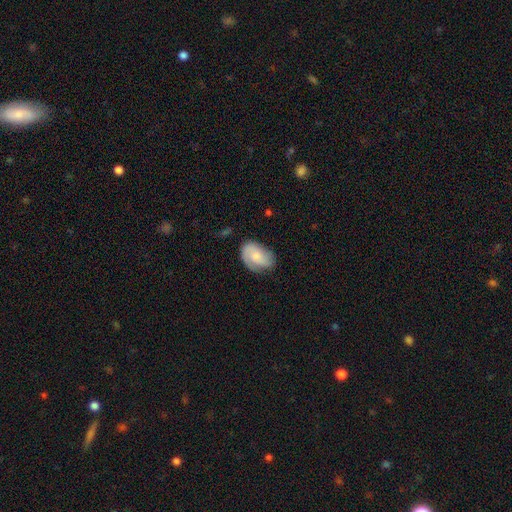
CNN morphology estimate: A smooth galaxy with no disk features (49%). Merging: none (65%).